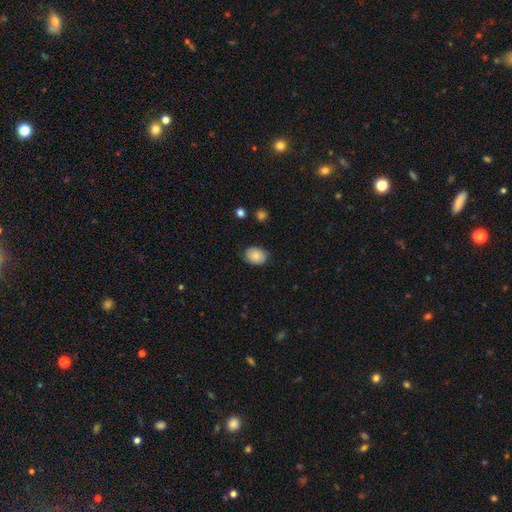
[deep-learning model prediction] Smooth or featured? Predicted: smooth (p=0.78). How rounded? Predicted: in between (p=0.60). Merging? Predicted: none (p=0.76).